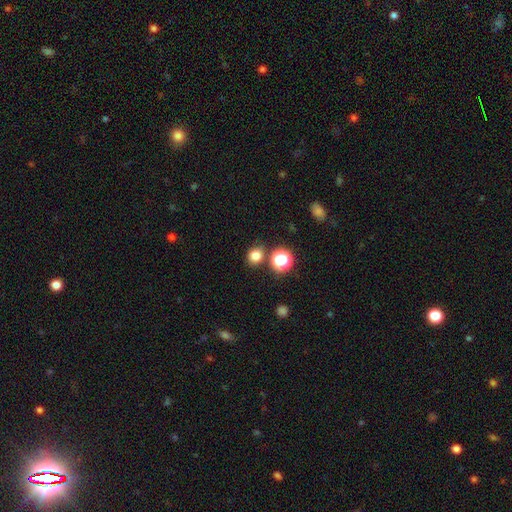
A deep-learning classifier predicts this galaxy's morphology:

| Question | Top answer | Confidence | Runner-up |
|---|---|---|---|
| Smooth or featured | smooth | 77% | star or artifact (17%) |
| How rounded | round | 75% | in between (24%) |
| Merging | none | 81% | minor disturbance (9%) |